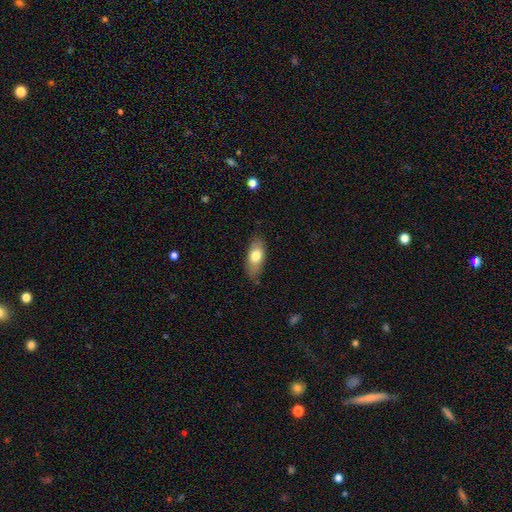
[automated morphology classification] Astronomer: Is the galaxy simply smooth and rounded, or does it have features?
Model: smooth — 72%.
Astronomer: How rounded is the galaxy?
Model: in between — 82%.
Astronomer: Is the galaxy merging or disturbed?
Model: none — 78%.